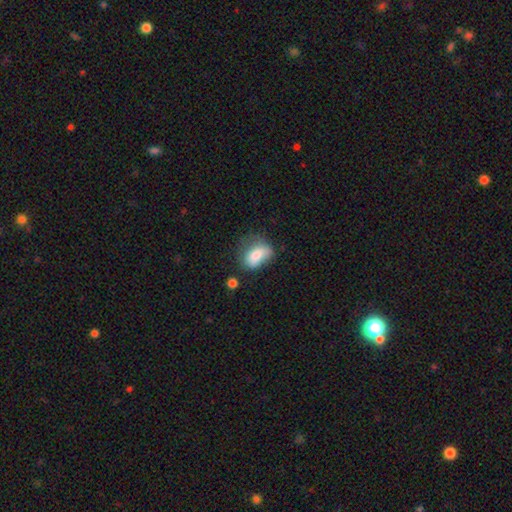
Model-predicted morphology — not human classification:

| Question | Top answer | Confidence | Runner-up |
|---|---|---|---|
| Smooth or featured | smooth | 75% | featured or disk (17%) |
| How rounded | in between | 81% | round (17%) |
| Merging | none | 39% | minor disturbance (35%) |